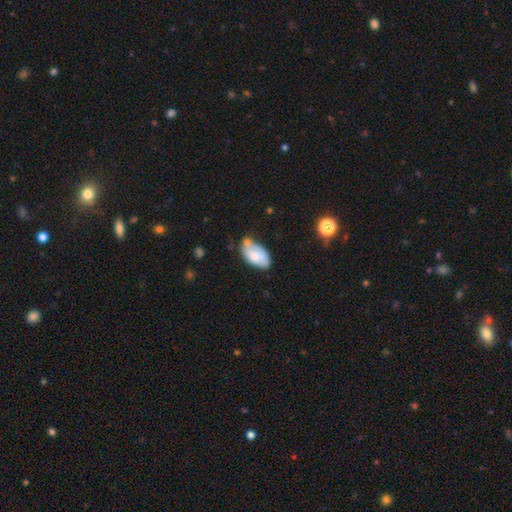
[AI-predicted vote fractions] smooth-or-featured: smooth: 73% | featured or disk: 20% | star or artifact: 7%
  how-rounded: in between: 95% | round: 3% | cigar-shaped: 2%
  merging: none: 46% | minor disturbance: 31% | merger: 15% | major disturbance: 8%